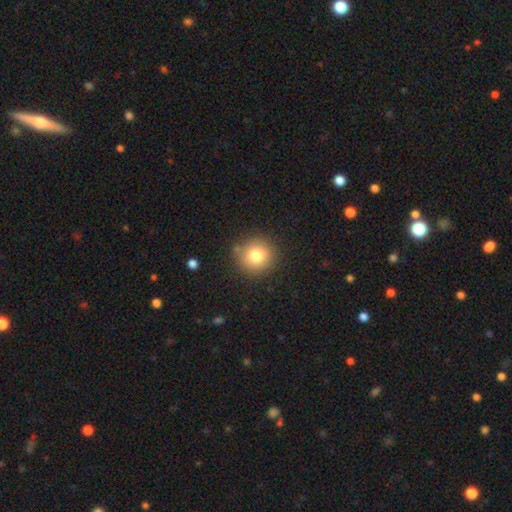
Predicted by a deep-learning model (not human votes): A smooth galaxy with no disk features (79%) that is round (93%).

Vote fractions:
- Smooth or featured? smooth: 79% / star or artifact: 12% / featured or disk: 10%
- How rounded? round: 93% / in between: 6% / cigar-shaped: 1%
- Merging? none: 86% / minor disturbance: 9% / major disturbance: 3% / merger: 3%